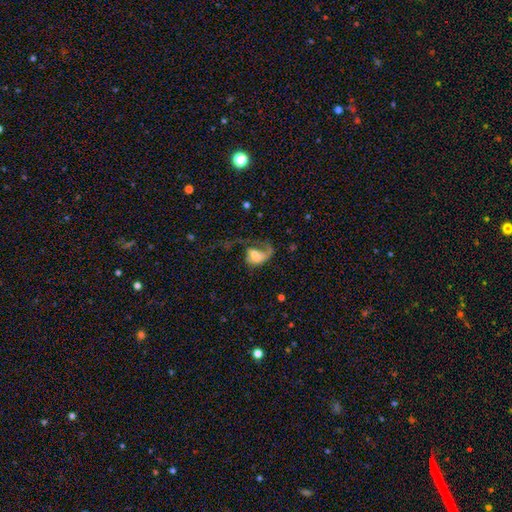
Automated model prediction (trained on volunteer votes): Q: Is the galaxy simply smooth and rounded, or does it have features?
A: featured or disk — 49%.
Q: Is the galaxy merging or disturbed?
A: major disturbance — 62%.